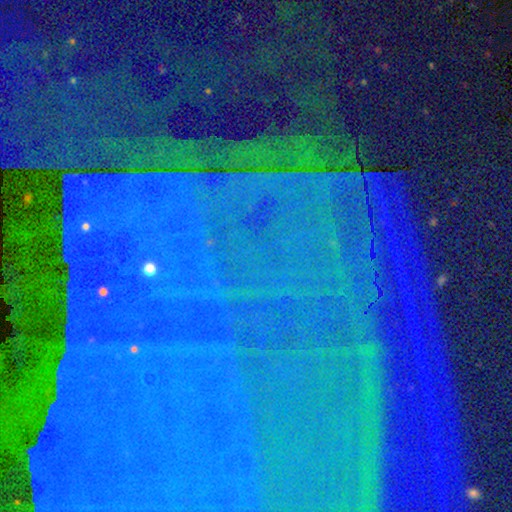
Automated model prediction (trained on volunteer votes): star or artifact 85%, featured or disk 8%, smooth 7%.